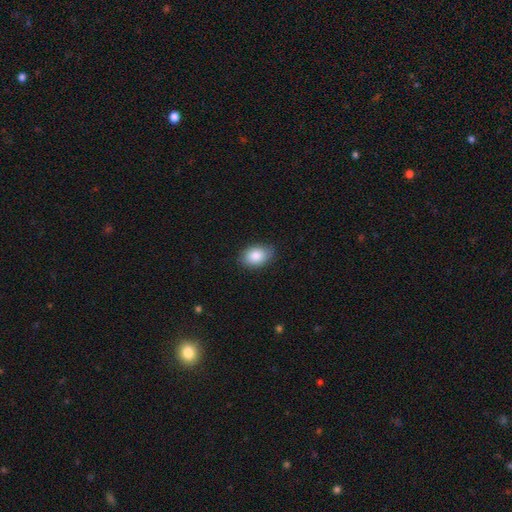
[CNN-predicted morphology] smooth 86%, featured or disk 7%, star or artifact 7%. Down the decision tree: how rounded — in between (86%); merging — none (83%).